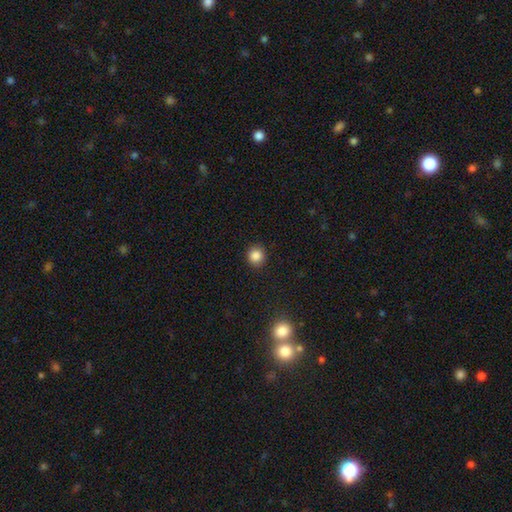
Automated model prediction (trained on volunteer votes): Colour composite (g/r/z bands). It shows a smooth galaxy with no disk features (85%) that is round (91%). Merging: none (91%).